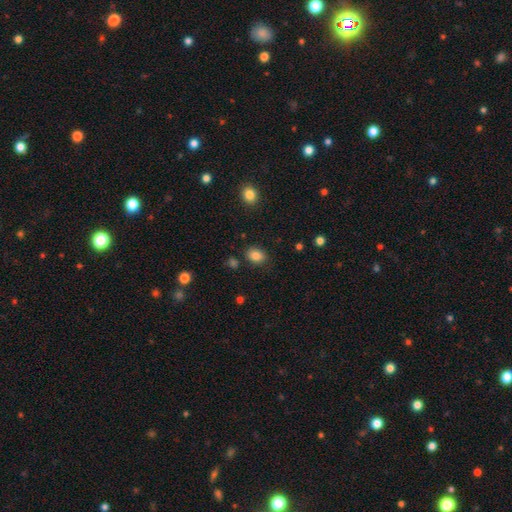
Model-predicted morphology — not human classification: Smooth or featured: smooth — 85% (star or artifact — 10%)
How rounded: in between — 60% (round — 39%)
Merging: none — 82% (minor disturbance — 12%)